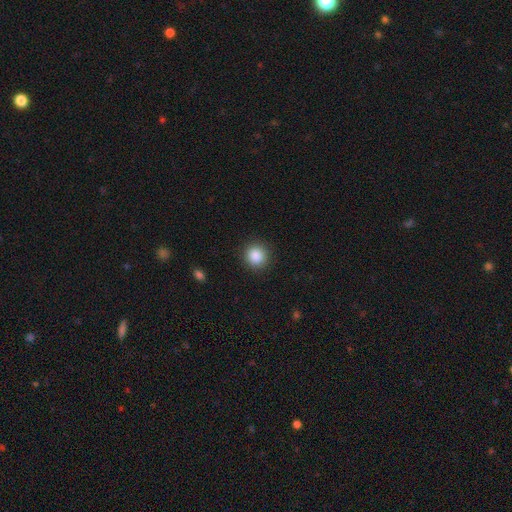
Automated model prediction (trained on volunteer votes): A smooth galaxy with no disk features (87%) that is round (92%).

Vote fractions:
- Smooth or featured? smooth: 87% / star or artifact: 10% / featured or disk: 3%
- How rounded? round: 92% / in between: 7% / cigar-shaped: 1%
- Merging? none: 90% / minor disturbance: 6% / major disturbance: 2% / merger: 1%